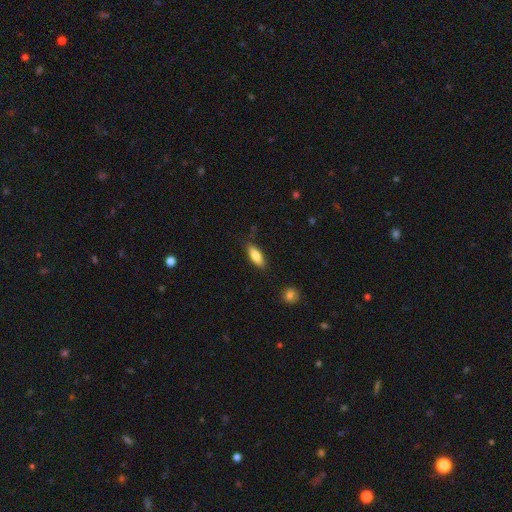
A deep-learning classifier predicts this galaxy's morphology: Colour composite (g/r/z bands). It shows a smooth galaxy with no disk features (78%) that is in between round and cigar-shaped (64%). Merging: none (84%).